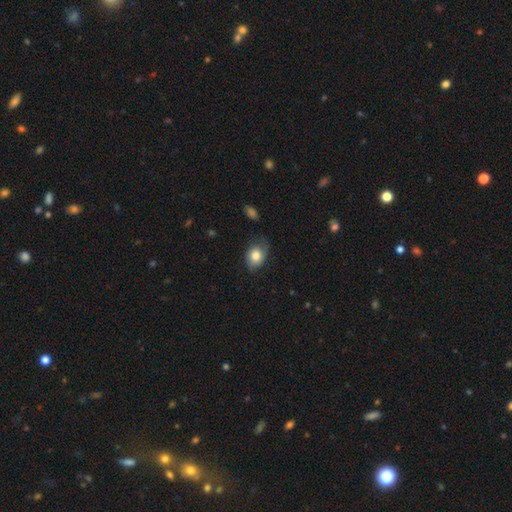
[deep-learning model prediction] Q: Smooth or featured?
A: smooth (78%); runner-up: featured or disk (14%)
Q: How rounded?
A: in between (67%); runner-up: round (32%)
Q: Merging?
A: none (59%); runner-up: minor disturbance (30%)